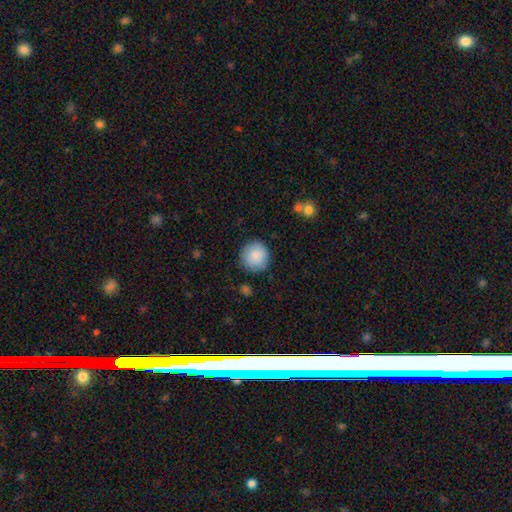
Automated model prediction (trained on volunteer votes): smooth-or-featured: smooth: 87% | star or artifact: 7% | featured or disk: 6%
  how-rounded: round: 94% | in between: 5% | cigar-shaped: 1%
  merging: none: 86% | minor disturbance: 10% | major disturbance: 2% | merger: 2%